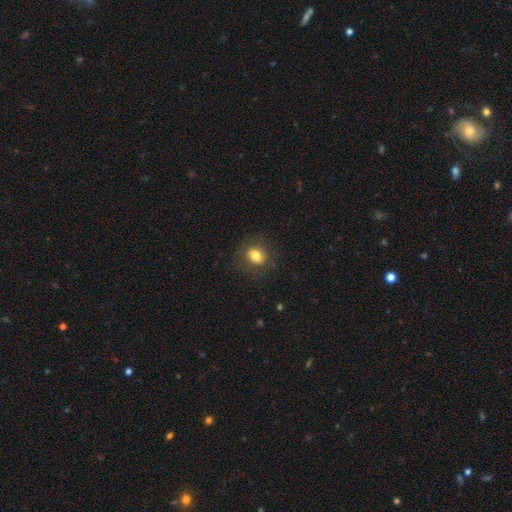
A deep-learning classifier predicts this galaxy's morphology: Smooth or featured: smooth — 76% (featured or disk — 14%)
How rounded: round — 65% (in between — 34%)
Merging: none — 83% (minor disturbance — 11%)